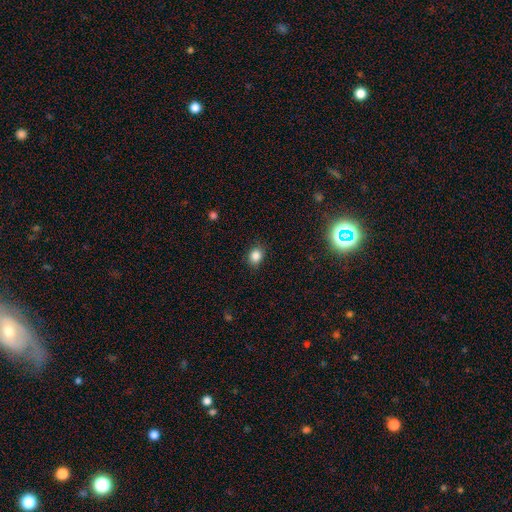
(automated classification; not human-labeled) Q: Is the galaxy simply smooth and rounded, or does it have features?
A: smooth — 84%.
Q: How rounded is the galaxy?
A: round — 53%.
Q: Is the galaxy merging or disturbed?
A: none — 85%.